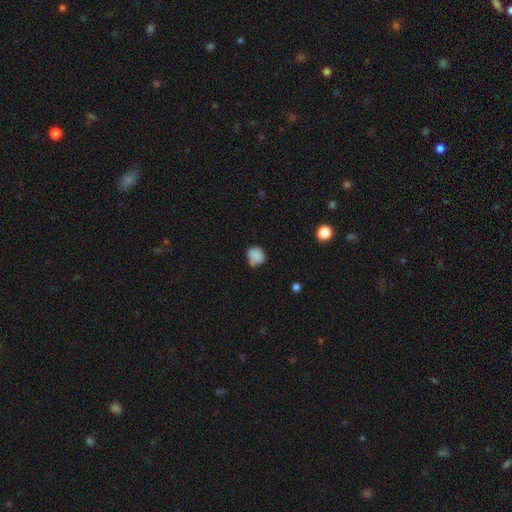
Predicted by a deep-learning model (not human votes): A smooth galaxy with no disk features (81%) that is round (74%). Merging: none (50%).